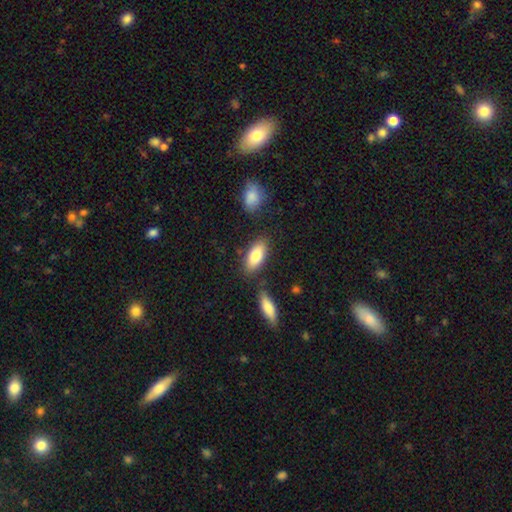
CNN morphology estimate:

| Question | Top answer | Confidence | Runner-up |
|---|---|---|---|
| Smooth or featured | smooth | 83% | featured or disk (11%) |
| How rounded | in between | 85% | cigar-shaped (12%) |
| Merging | none | 76% | minor disturbance (13%) |